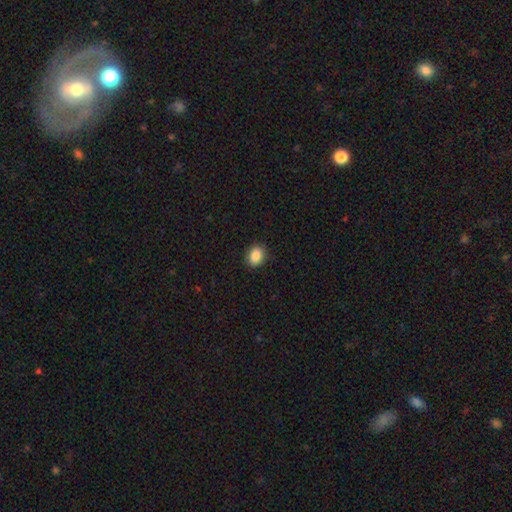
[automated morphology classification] smooth_or_featured: smooth (p=0.88) [alt: star or artifact p=0.09]
how_rounded: in between (p=0.64) [alt: round p=0.35]
merging: none (p=0.89) [alt: minor disturbance p=0.08]